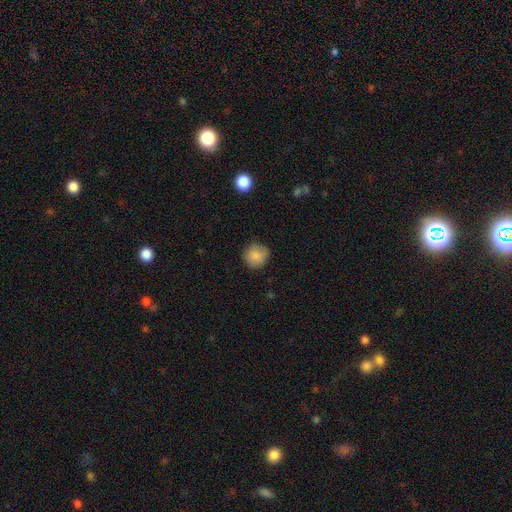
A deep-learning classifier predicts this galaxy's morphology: Smooth or featured?
  - smooth: 85% *
  - star or artifact: 8%
  - featured or disk: 7%
How rounded?
  - round: 92% *
  - in between: 7%
  - cigar-shaped: 1%
Merging?
  - none: 86% *
  - minor disturbance: 11%
  - major disturbance: 2%
  - merger: 1%